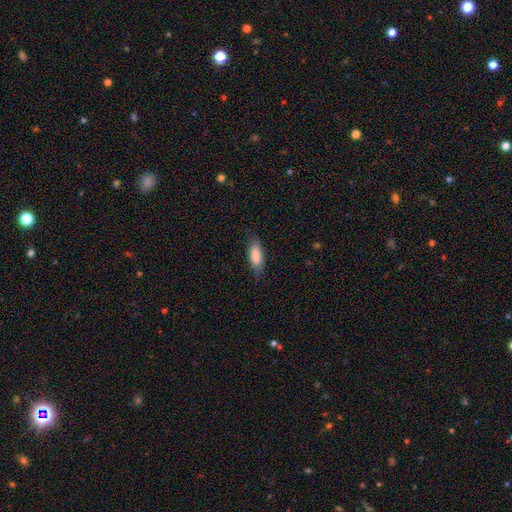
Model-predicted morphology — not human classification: This appears to be a smooth galaxy with no disk features (82%) that is in between round and cigar-shaped (69%). Merging: none (75%).